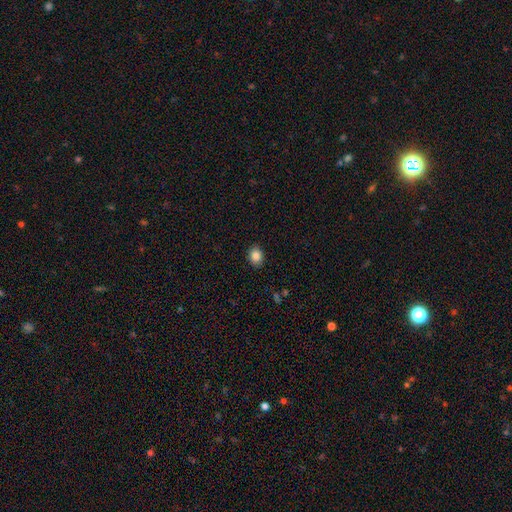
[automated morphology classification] type=smooth (86%); roundness=round (51%); merging=none (89%).